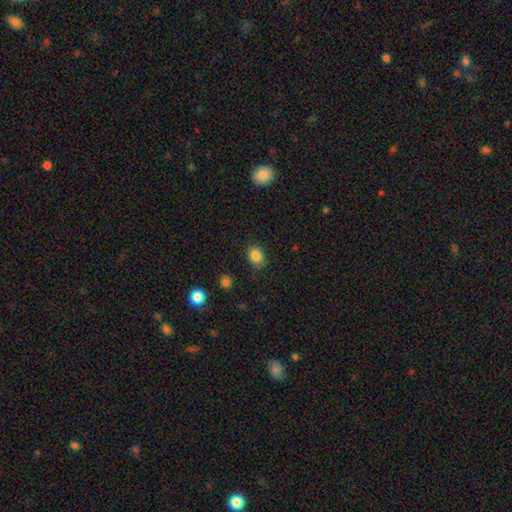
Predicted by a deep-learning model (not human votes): Smooth or featured? smooth (85%)
How rounded? round (52%)
Merging? none (84%)